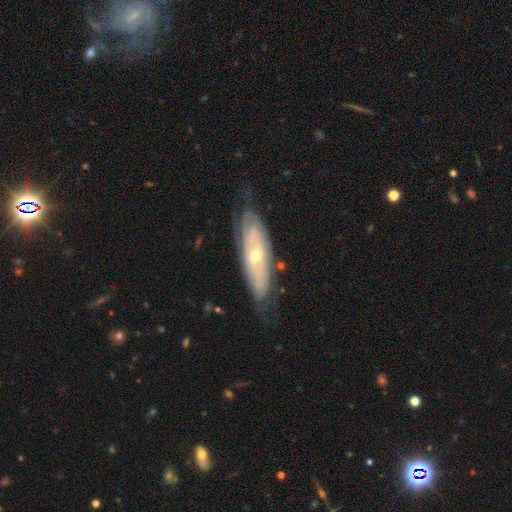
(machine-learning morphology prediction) Smooth or featured: featured or disk — 74% (smooth — 20%)
Edge-on disk: no — 74% (yes — 26%)
Bar: no — 63% (weak — 26%)
Spiral arms: yes — 73% (no — 27%)
Bulge size: small — 49% (moderate — 48%)
Merging: none — 70% (minor disturbance — 22%)